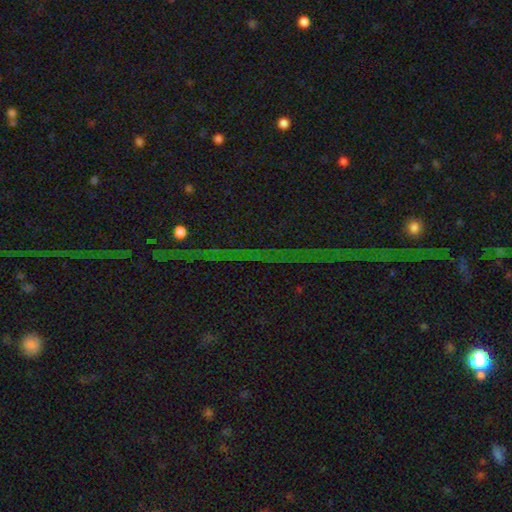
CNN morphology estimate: This is likely a star or artifact rather than a galaxy (79%).